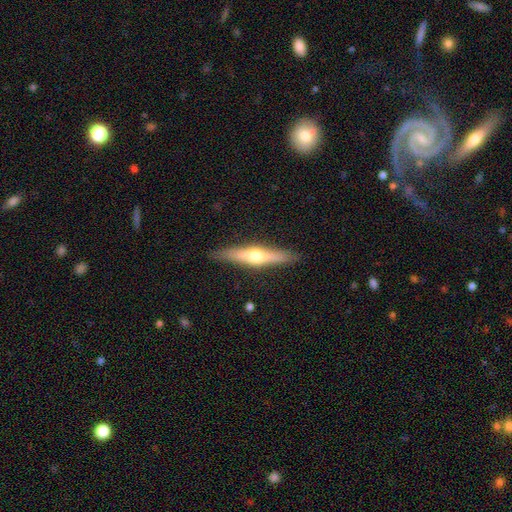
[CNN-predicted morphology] Smooth or featured: featured or disk — 62% (smooth — 32%)
Edge-on disk: yes — 96% (no — 4%)
Edge-on bulge: rounded — 92% (boxy — 4%)
Merging: none — 89% (minor disturbance — 8%)